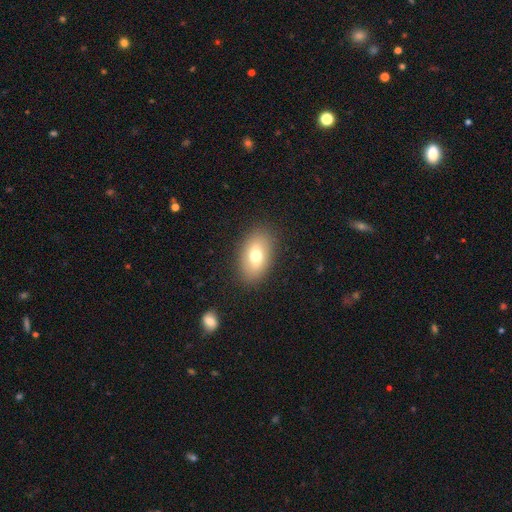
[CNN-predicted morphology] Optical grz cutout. It shows a smooth galaxy with no disk features (70%) that is in between round and cigar-shaped (89%). Merging: none (87%).